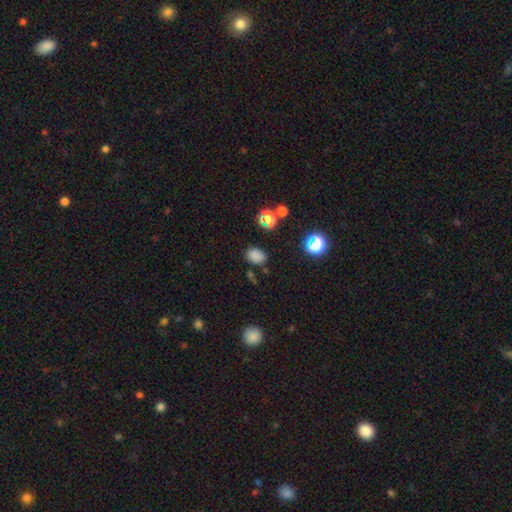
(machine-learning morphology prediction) Q: Smooth or featured?
A: smooth (77%); runner-up: star or artifact (18%)
Q: How rounded?
A: in between (71%); runner-up: round (28%)
Q: Merging?
A: none (79%); runner-up: minor disturbance (13%)